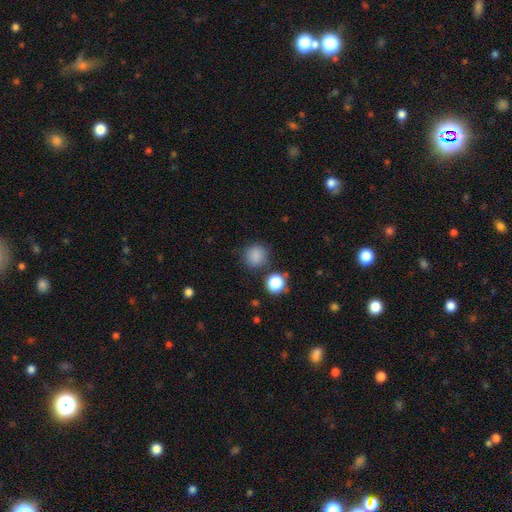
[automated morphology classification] Overall: smooth (83%). How rounded: round (89%). Merging: none (81%).